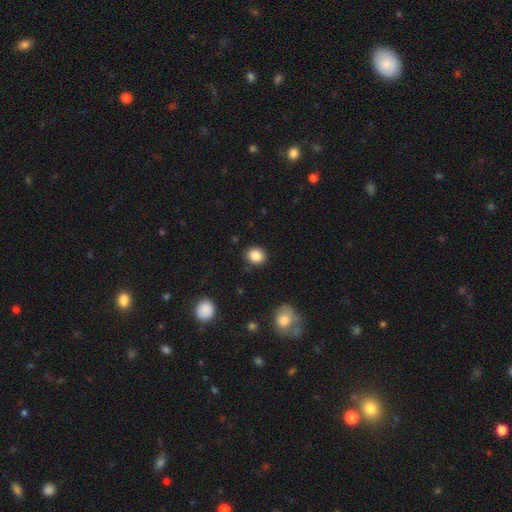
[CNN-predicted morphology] smooth 86%, star or artifact 9%, featured or disk 4%. Down the decision tree: how rounded — round (69%); merging — none (88%).